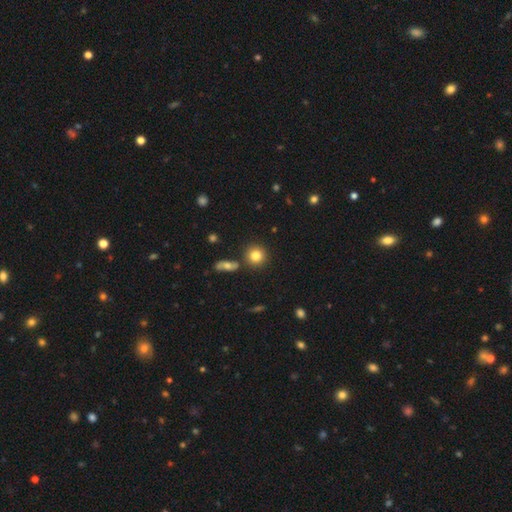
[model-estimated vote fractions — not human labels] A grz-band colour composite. It shows a smooth galaxy with no disk features (82%) that is round (90%). Merging: none (81%).